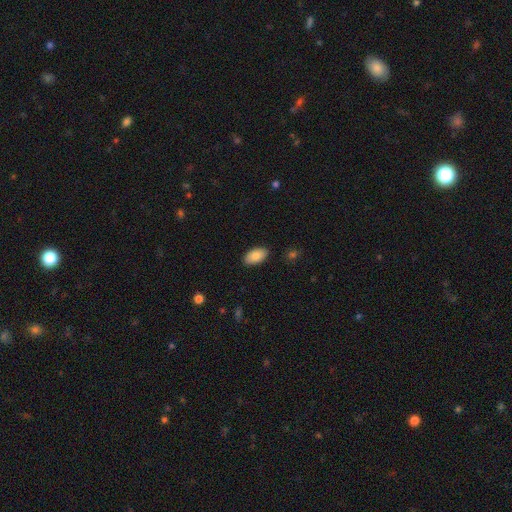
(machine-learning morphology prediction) Q: Smooth or featured?
A: smooth (86%); runner-up: featured or disk (7%)
Q: How rounded?
A: in between (95%); runner-up: round (3%)
Q: Merging?
A: none (89%); runner-up: minor disturbance (8%)